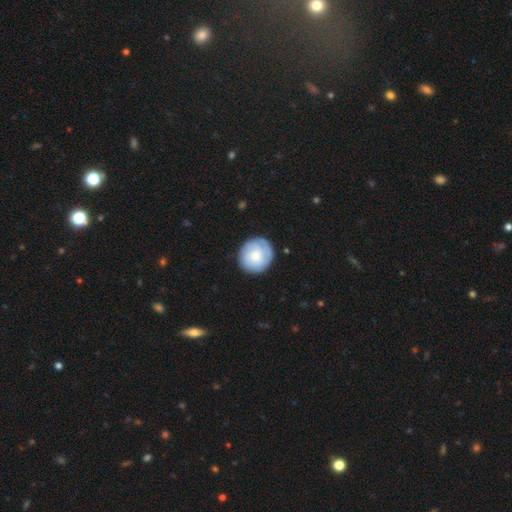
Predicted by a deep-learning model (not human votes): This is possibly a smooth galaxy (56%). How rounded: clearly round (90%). Merging: clearly none (84%).